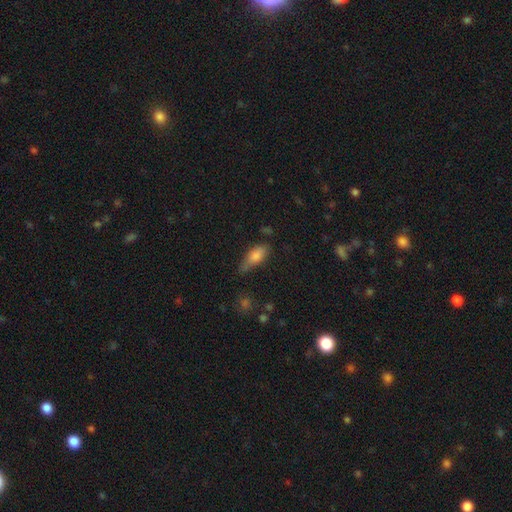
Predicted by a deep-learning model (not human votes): Overall: smooth (76%). How rounded: in between (72%). Merging: none (52%; minor disturbance 34%).